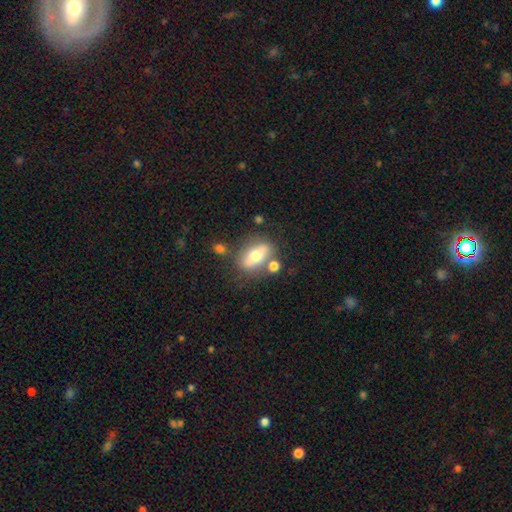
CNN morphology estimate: smooth 57%, featured or disk 35%, star or artifact 8%. Down the decision tree: how rounded — in between (78%); merging — none (68%).